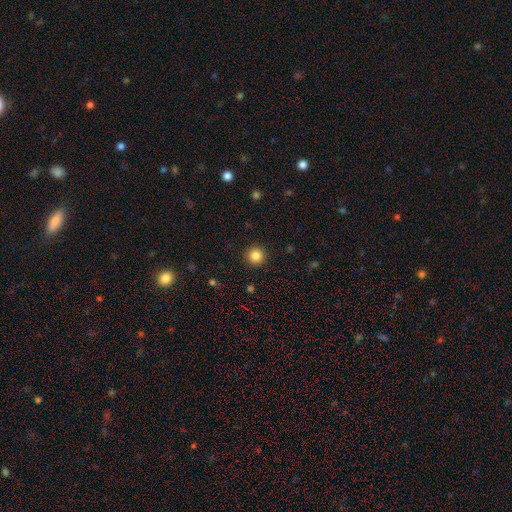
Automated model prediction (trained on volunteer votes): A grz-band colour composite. It shows a smooth galaxy with no disk features (85%) that is round (96%). Merging: none (92%).